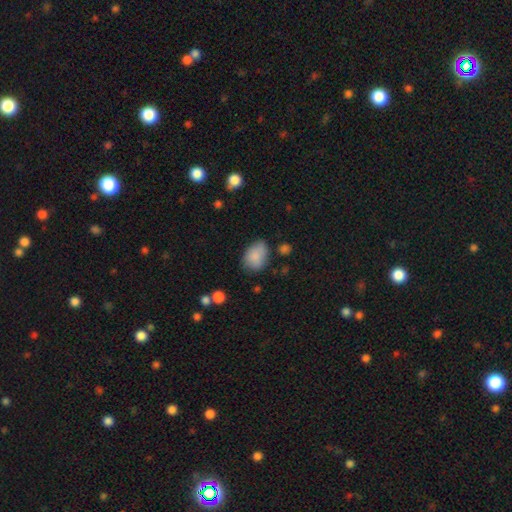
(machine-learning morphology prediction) smooth-or-featured: smooth: 85% | star or artifact: 8% | featured or disk: 7%
  how-rounded: in between: 77% | round: 22% | cigar-shaped: 1%
  merging: none: 60% | minor disturbance: 29% | major disturbance: 7% | merger: 4%